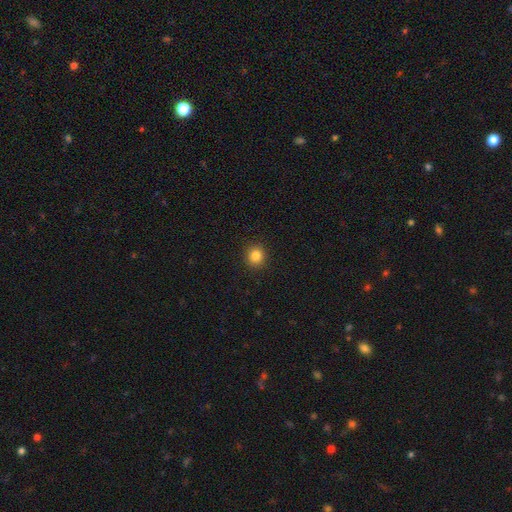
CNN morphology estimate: type=smooth (84%); roundness=round (88%); merging=none (92%).